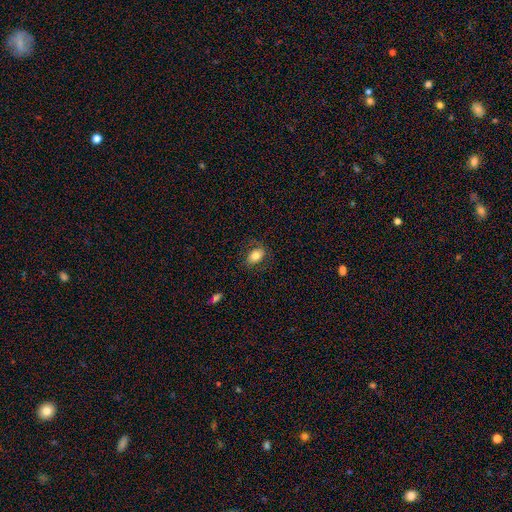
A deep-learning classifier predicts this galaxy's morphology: Smooth or featured? smooth (74%)
How rounded? in between (84%)
Merging? none (75%)